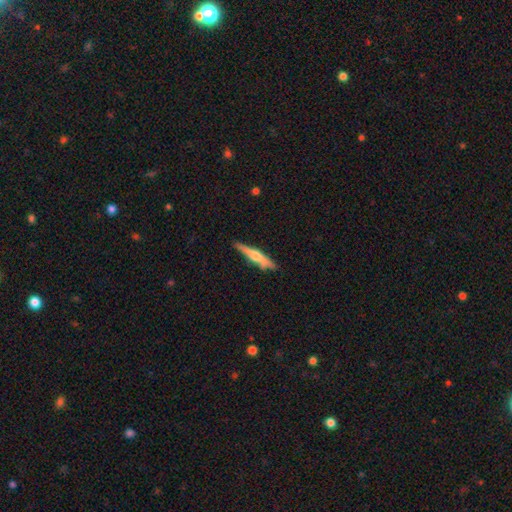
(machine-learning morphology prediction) Smooth or featured? Predicted: featured or disk (p=0.57). Edge-on disk? Predicted: yes (p=0.96). Edge-on bulge? Predicted: rounded (p=0.81). Merging? Predicted: none (p=0.80).